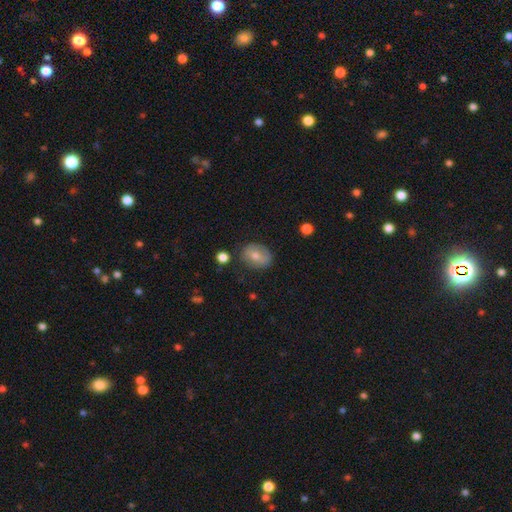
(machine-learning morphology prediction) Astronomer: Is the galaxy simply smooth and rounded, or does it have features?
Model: smooth — 57% (runner-up: featured or disk, 33%).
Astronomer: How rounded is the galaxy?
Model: in between — 61% (runner-up: round, 37%).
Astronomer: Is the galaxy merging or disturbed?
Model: none — 77%.